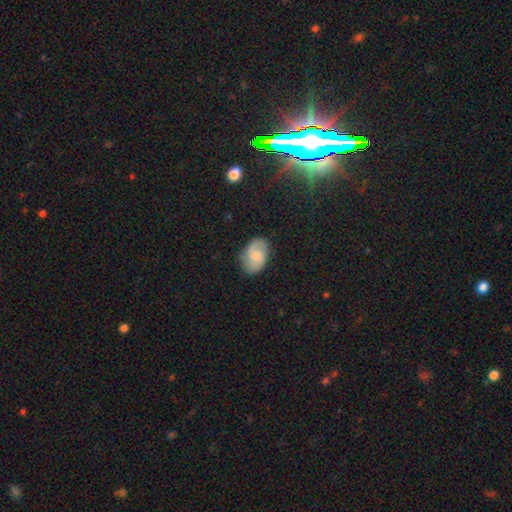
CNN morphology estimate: Overall: smooth (49%; featured or disk 43%). Merging: none (75%).